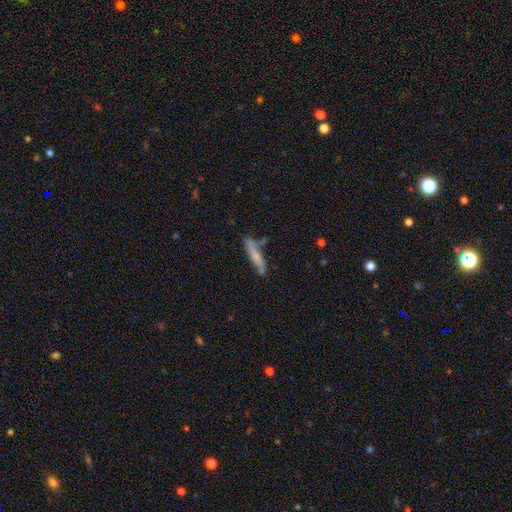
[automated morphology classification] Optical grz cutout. It shows a smooth galaxy with no disk features (68%) that is cigar-shaped (87%). Merging: none (71%).